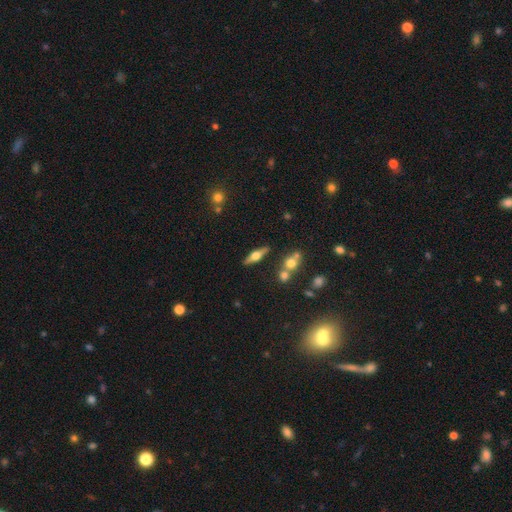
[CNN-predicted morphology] Smooth or featured? Predicted: featured or disk (p=0.63). Edge-on disk? Predicted: yes (p=0.93). Edge-on bulge? Predicted: rounded (p=0.93). Merging? Predicted: none (p=0.81).